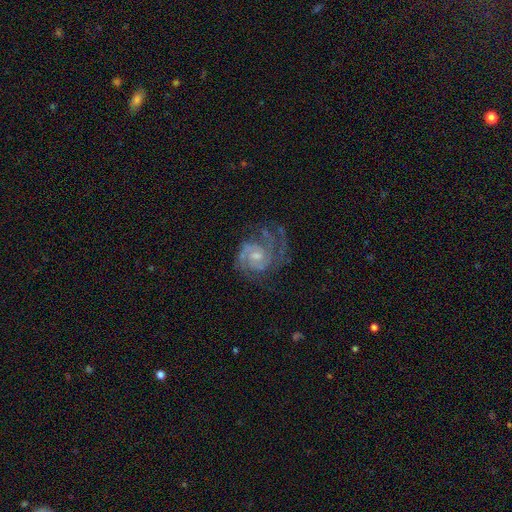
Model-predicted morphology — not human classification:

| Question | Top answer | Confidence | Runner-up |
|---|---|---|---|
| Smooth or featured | featured or disk | 86% | smooth (8%) |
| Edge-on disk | no | 98% | yes (2%) |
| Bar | no | 60% | weak (35%) |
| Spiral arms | yes | 95% | no (5%) |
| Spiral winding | tight | 46% | medium (42%) |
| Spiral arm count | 2 | 48% | 3 (18%) |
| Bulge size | small | 46% | moderate (45%) |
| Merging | none | 56% | major disturbance (21%) |